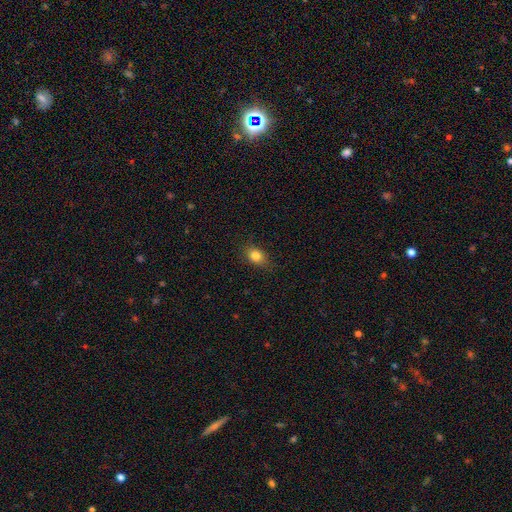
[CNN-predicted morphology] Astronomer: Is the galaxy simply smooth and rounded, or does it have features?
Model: smooth — 83%.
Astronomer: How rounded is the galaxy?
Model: in between — 53% (runner-up: round, 45%).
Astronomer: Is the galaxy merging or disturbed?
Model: none — 80%.